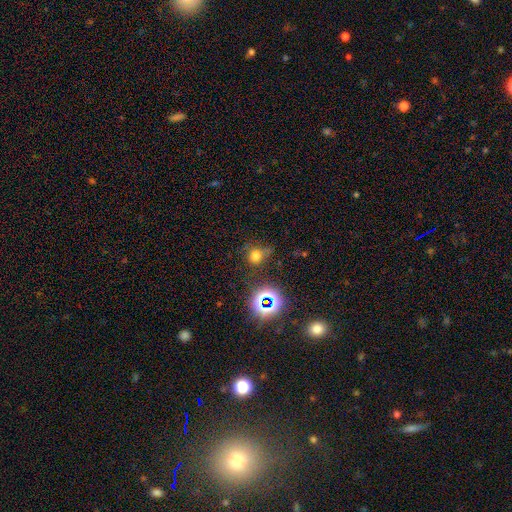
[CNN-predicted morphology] Q: Smooth or featured?
A: smooth (64%); runner-up: star or artifact (27%)
Q: How rounded?
A: round (82%); runner-up: in between (17%)
Q: Merging?
A: none (65%); runner-up: minor disturbance (20%)